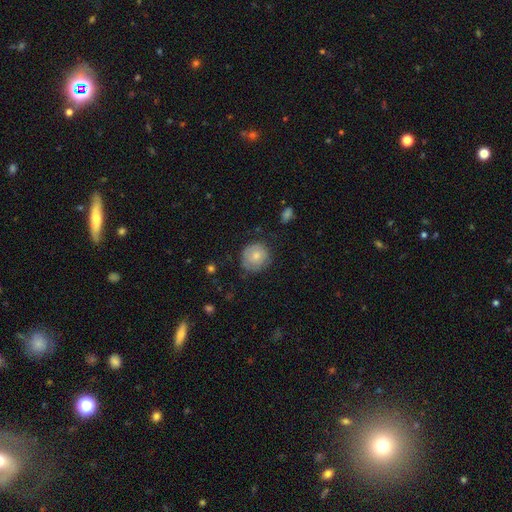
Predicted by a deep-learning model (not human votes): Morphology: type=smooth (69%); roundness=round (87%); merging=none (68%).